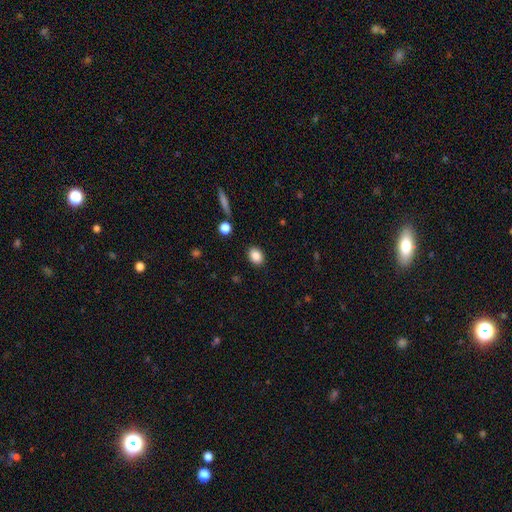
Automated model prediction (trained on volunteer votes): smooth-or-featured: smooth: 86% | star or artifact: 9% | featured or disk: 5%
  how-rounded: in between: 62% | round: 37% | cigar-shaped: 1%
  merging: none: 88% | minor disturbance: 8% | major disturbance: 2% | merger: 2%